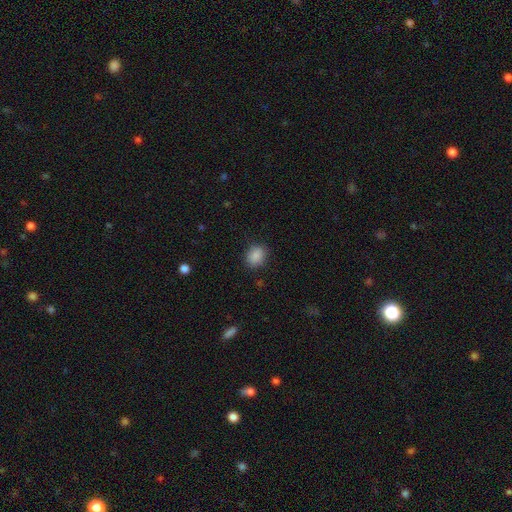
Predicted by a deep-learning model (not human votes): This appears to be a smooth galaxy with no disk features (87%) that is in between round and cigar-shaped (51%). Merging: none (86%).